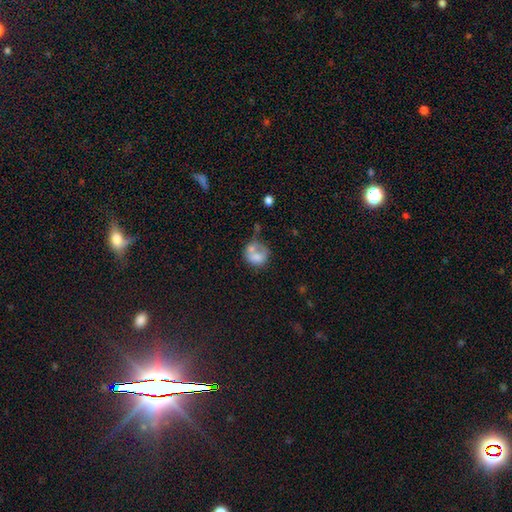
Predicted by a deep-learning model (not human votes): Smooth or featured? smooth (65%)
How rounded? round (61%)
Merging? merger (46%)